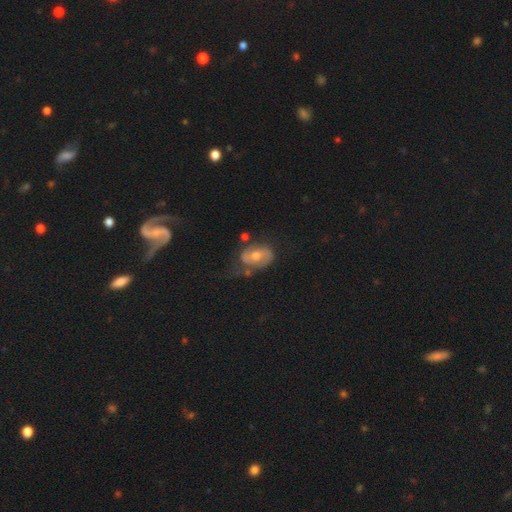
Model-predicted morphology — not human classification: Smooth or featured: featured or disk — 62% (smooth — 31%)
Edge-on disk: no — 95% (yes — 5%)
Bar: no — 51% (weak — 37%)
Spiral arms: yes — 76% (no — 24%)
Bulge size: moderate — 72% (small — 19%)
Merging: none — 46% (minor disturbance — 27%)